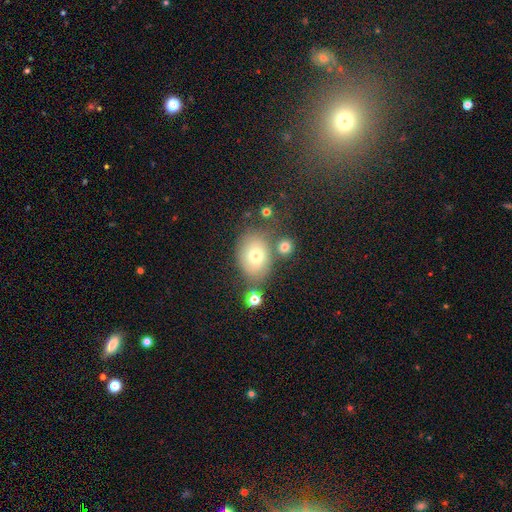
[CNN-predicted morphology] Smooth or featured: smooth — 70% (featured or disk — 19%)
How rounded: in between — 69% (round — 30%)
Merging: none — 62% (minor disturbance — 19%)